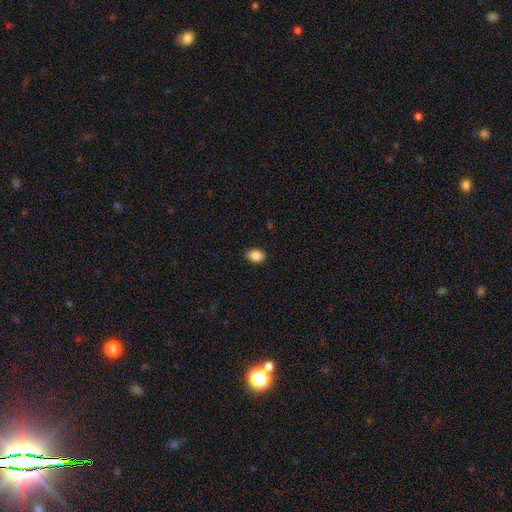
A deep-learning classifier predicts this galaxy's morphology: Smooth or featured?
  - smooth: 87% *
  - star or artifact: 8%
  - featured or disk: 4%
How rounded?
  - in between: 75% *
  - round: 24%
  - cigar-shaped: 1%
Merging?
  - none: 88% *
  - minor disturbance: 9%
  - major disturbance: 2%
  - merger: 1%